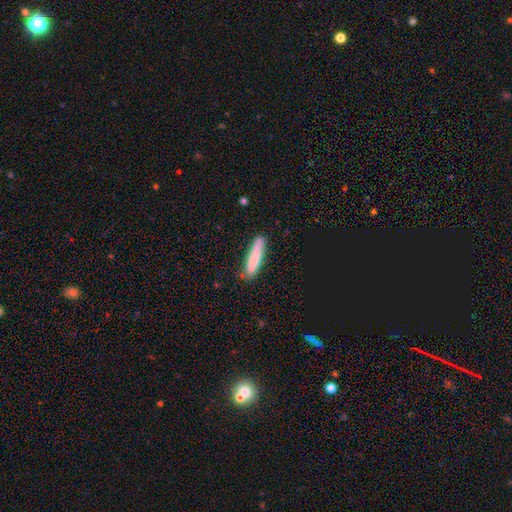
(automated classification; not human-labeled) Smooth or featured? Predicted: smooth (p=0.78). How rounded? Predicted: cigar-shaped (p=0.81). Merging? Predicted: none (p=0.77).